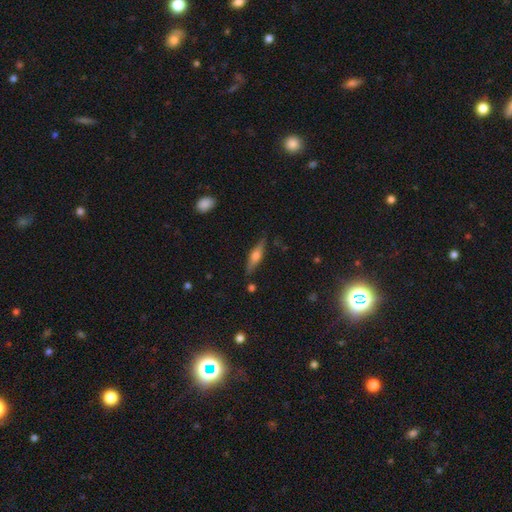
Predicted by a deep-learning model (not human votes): Q: Smooth or featured?
A: featured or disk (59%); runner-up: smooth (33%)
Q: Edge-on disk?
A: yes (95%); runner-up: no (5%)
Q: Edge-on bulge?
A: rounded (88%); runner-up: boxy (9%)
Q: Merging?
A: none (84%); runner-up: minor disturbance (12%)